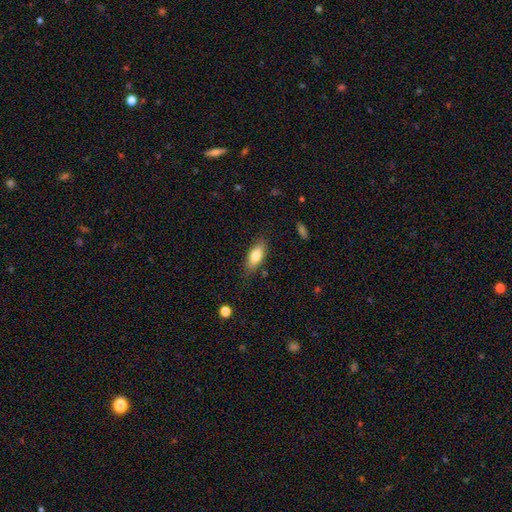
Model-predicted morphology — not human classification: The model was most divided on "how rounded": in between: 75%, cigar-shaped: 23%, round: 3%. More confident: merging — none (79%); smooth or featured — smooth (77%).